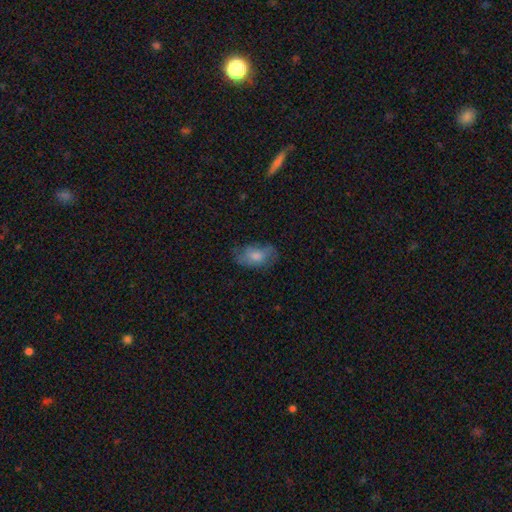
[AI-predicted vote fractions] Smooth or featured? Predicted: smooth (p=0.68). How rounded? Predicted: in between (p=0.90). Merging? Predicted: none (p=0.56).